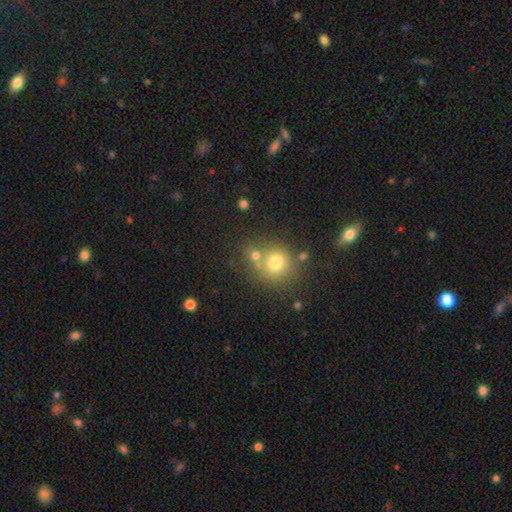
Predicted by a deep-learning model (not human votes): smooth_or_featured: smooth (p=0.71) [alt: star or artifact p=0.17]
how_rounded: round (p=0.84) [alt: in between p=0.15]
merging: none (p=0.58) [alt: merger p=0.29]